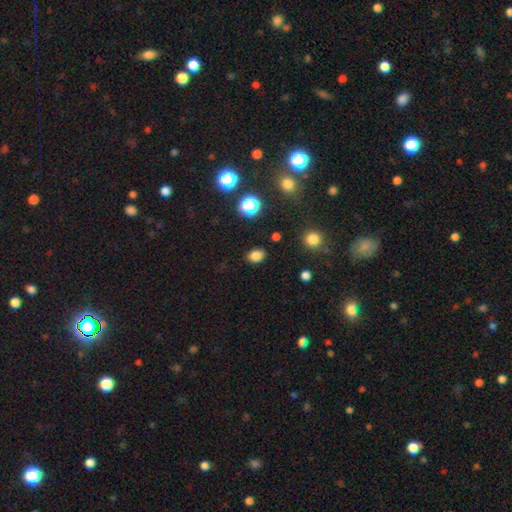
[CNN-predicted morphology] type=smooth (81%); roundness=in between (64%); merging=none (85%).